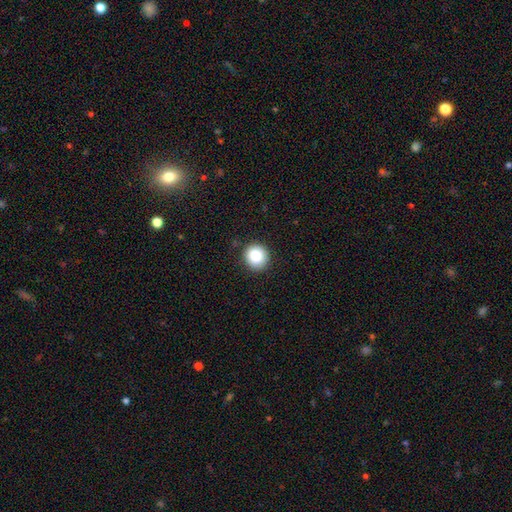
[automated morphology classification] smooth 85%, star or artifact 10%, featured or disk 6%. Down the decision tree: how rounded — round (89%); merging — none (89%).